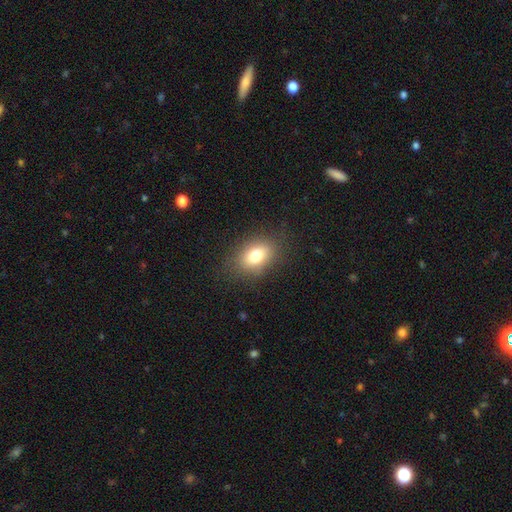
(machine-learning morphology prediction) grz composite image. It shows a smooth galaxy with no disk features (78%) that is in between round and cigar-shaped (79%). Merging: none (84%).